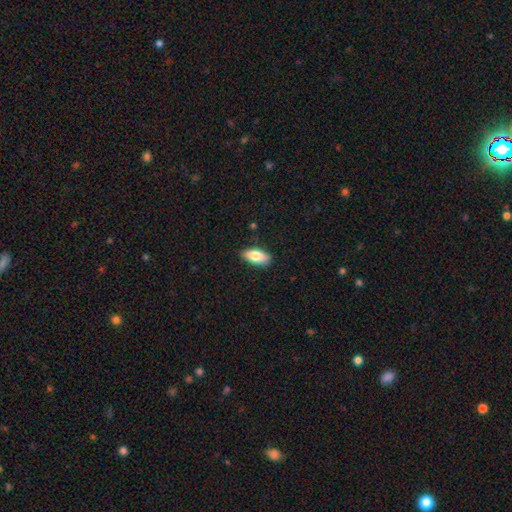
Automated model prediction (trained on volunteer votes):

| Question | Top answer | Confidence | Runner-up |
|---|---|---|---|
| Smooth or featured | smooth | 79% | featured or disk (14%) |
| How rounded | in between | 86% | cigar-shaped (11%) |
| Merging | none | 84% | minor disturbance (12%) |